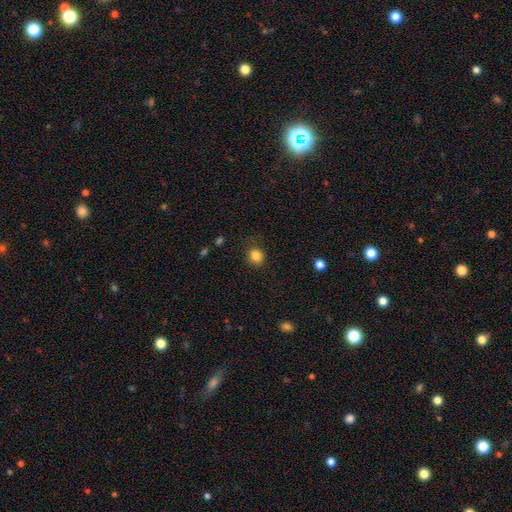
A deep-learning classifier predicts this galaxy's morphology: This is clearly a smooth galaxy (84%). How rounded: likely round (78%). Merging: clearly none (83%).